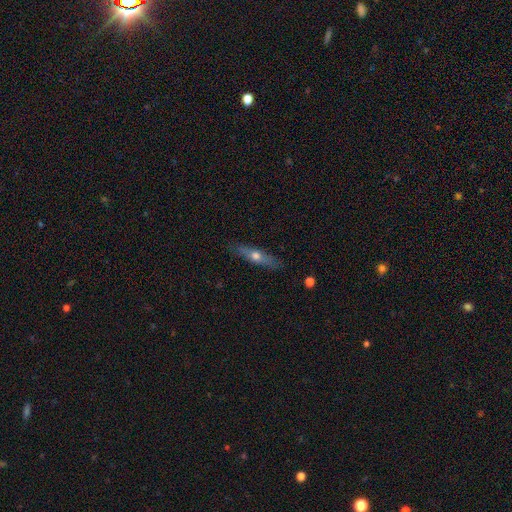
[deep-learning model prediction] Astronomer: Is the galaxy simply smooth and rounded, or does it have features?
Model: featured or disk — 54% (runner-up: smooth, 39%).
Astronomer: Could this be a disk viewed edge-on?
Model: yes — 87%.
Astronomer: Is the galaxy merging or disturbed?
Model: none — 87%.